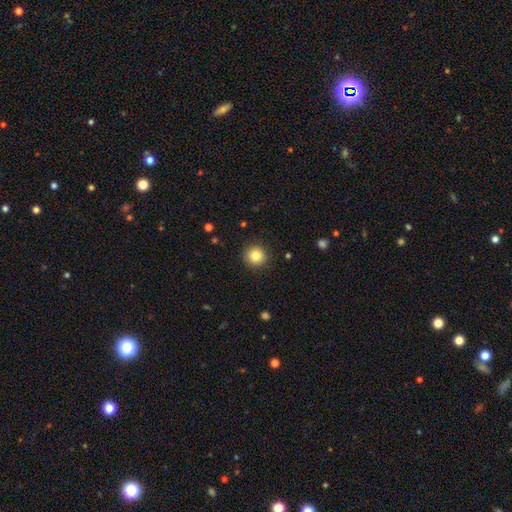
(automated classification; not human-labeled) Smooth or featured? Predicted: smooth (p=0.84). How rounded? Predicted: round (p=0.95). Merging? Predicted: none (p=0.91).